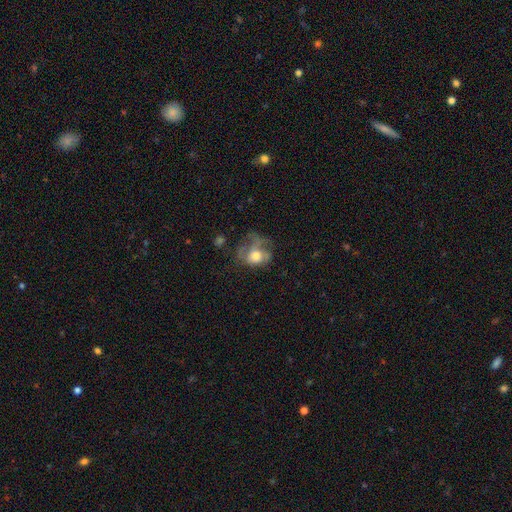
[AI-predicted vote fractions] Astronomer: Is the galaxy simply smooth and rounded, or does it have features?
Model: smooth — 50% (runner-up: featured or disk, 40%).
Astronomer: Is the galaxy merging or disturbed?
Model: major disturbance — 45% (runner-up: none, 28%).